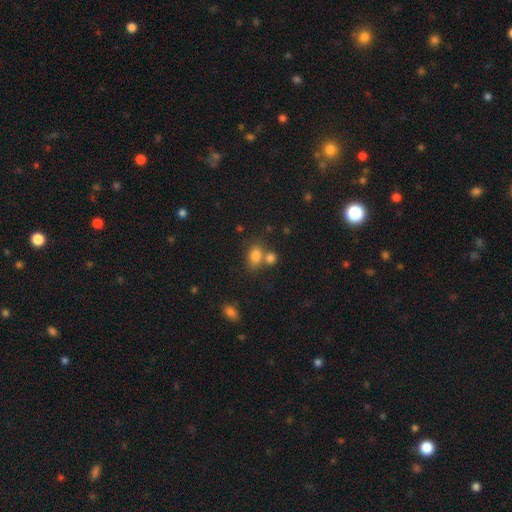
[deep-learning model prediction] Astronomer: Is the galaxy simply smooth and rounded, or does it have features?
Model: smooth — 81%.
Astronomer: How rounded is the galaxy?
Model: in between — 74%.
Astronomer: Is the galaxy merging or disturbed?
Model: none — 48% (runner-up: merger, 35%).